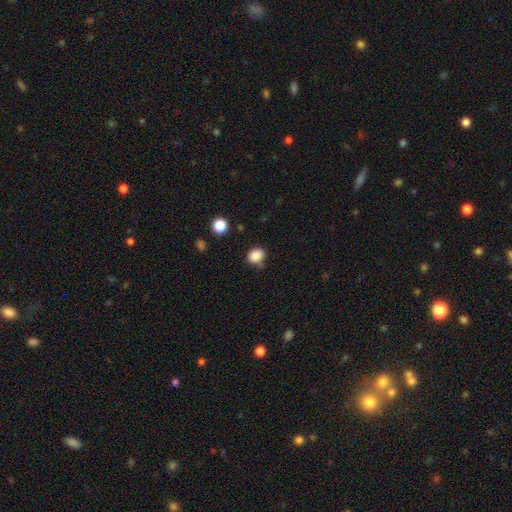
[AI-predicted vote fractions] The model was most divided on "how rounded": round: 57%, in between: 42%, cigar-shaped: 1%. More confident: smooth or featured — smooth (86%); merging — none (71%).